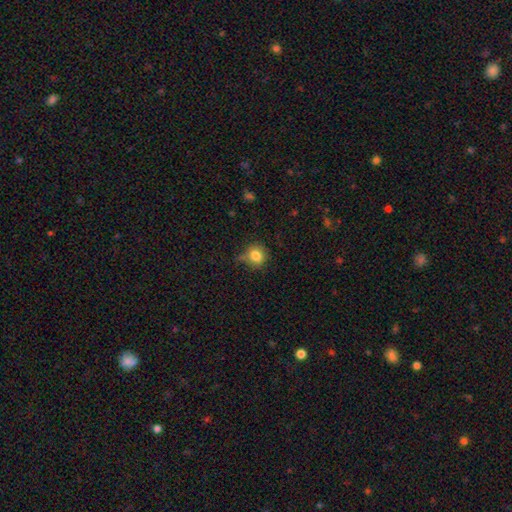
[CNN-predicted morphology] The model was most divided on "merging": none: 67%, minor disturbance: 24%, major disturbance: 6%, merger: 4%. More confident: smooth or featured — smooth (81%); how rounded — round (81%).